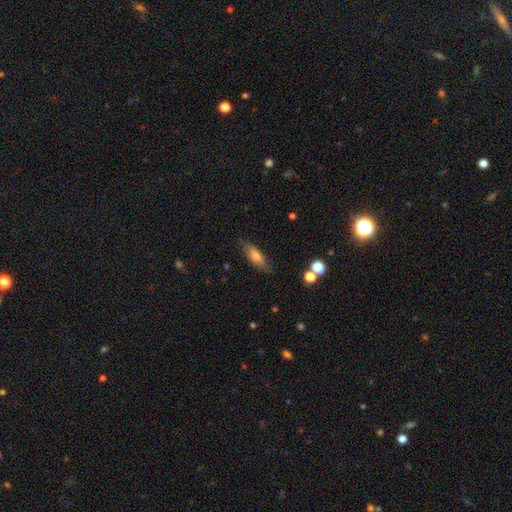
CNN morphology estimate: Q: Smooth or featured?
A: smooth (65%); runner-up: featured or disk (27%)
Q: How rounded?
A: in between (54%); runner-up: cigar-shaped (43%)
Q: Merging?
A: none (76%); runner-up: minor disturbance (17%)